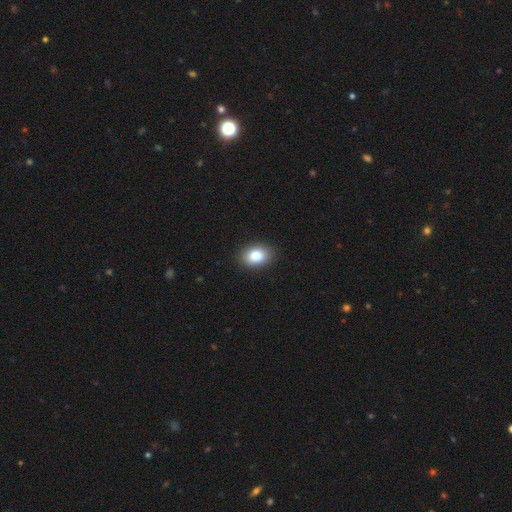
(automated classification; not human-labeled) Smooth or featured? smooth (85%)
How rounded? in between (78%)
Merging? none (87%)